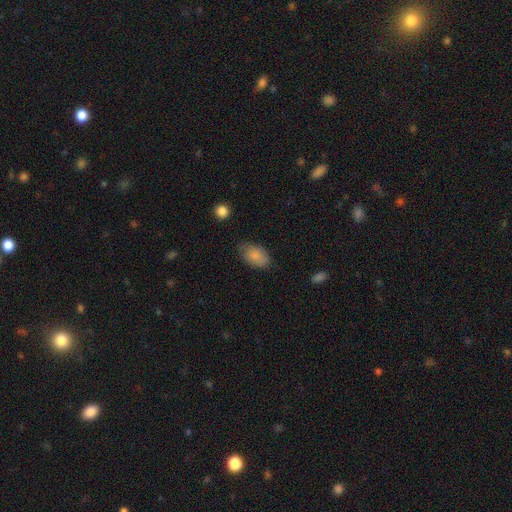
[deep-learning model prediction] The model was most divided on "merging": none: 72%, minor disturbance: 22%, major disturbance: 5%, merger: 2%. More confident: how rounded — in between (92%); smooth or featured — smooth (84%).